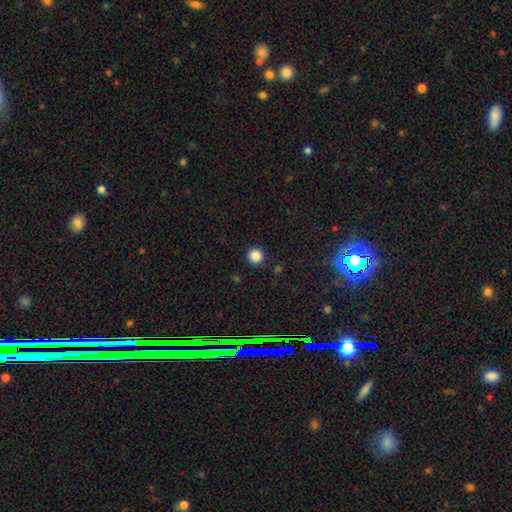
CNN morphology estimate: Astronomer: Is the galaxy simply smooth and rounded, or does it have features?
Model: smooth — 86%.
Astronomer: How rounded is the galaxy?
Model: round — 96%.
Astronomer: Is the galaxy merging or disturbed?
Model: none — 92%.